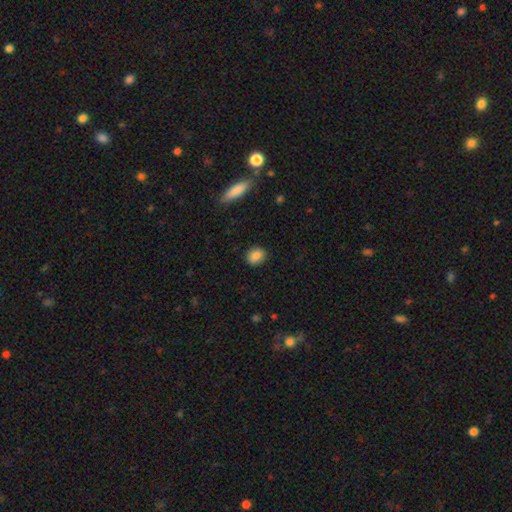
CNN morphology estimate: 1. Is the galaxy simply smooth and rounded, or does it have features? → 87% smooth, 8% star or artifact, 5% featured or disk.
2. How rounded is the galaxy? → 50% round, 48% in between, 2% cigar-shaped.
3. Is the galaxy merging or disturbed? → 88% none, 8% minor disturbance, 2% major disturbance, 1% merger.